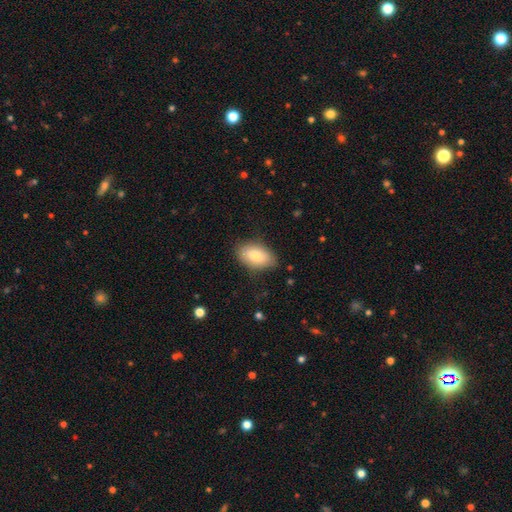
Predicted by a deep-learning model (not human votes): smooth_or_featured: smooth (p=0.82) [alt: featured or disk p=0.11]
how_rounded: in between (p=0.92) [alt: round p=0.05]
merging: none (p=0.79) [alt: minor disturbance p=0.16]